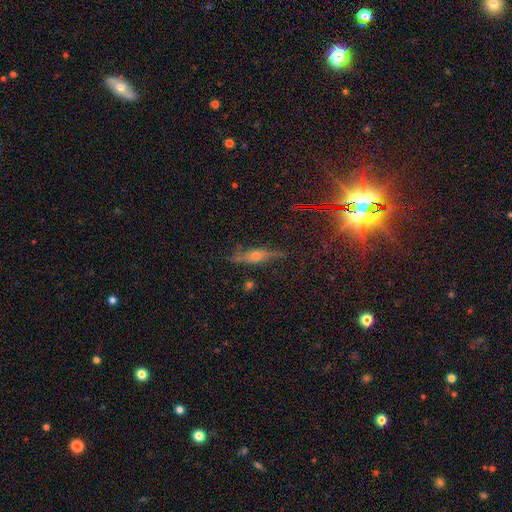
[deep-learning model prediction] A featured or disk galaxy (56%) viewed edge-on (76%).

Vote fractions:
- Smooth or featured? featured or disk: 56% / star or artifact: 24% / smooth: 20%
- Edge-on disk? yes: 76% / no: 24%
- Merging? none: 75% / minor disturbance: 17% / major disturbance: 6% / merger: 2%